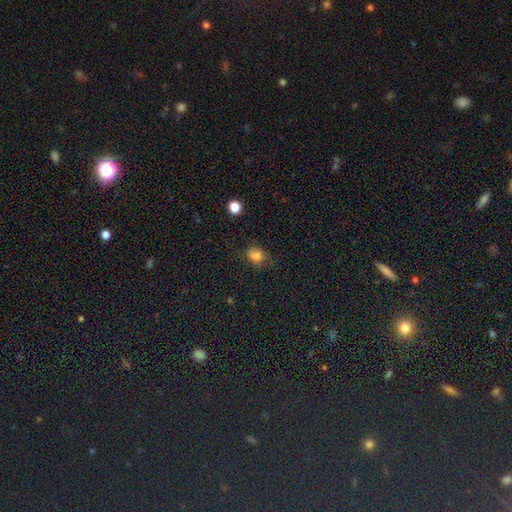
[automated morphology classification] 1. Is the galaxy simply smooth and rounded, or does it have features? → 79% smooth, 14% star or artifact, 7% featured or disk.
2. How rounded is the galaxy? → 52% in between, 47% round, 1% cigar-shaped.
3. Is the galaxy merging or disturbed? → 66% none, 23% minor disturbance, 9% major disturbance, 2% merger.